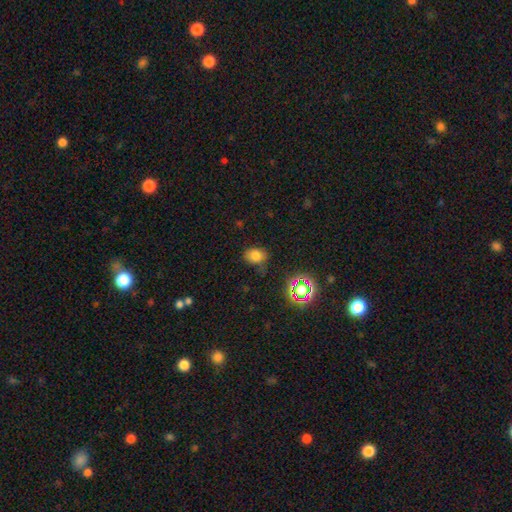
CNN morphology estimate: Smooth or featured? smooth (74%)
How rounded? in between (51%)
Merging? none (69%)